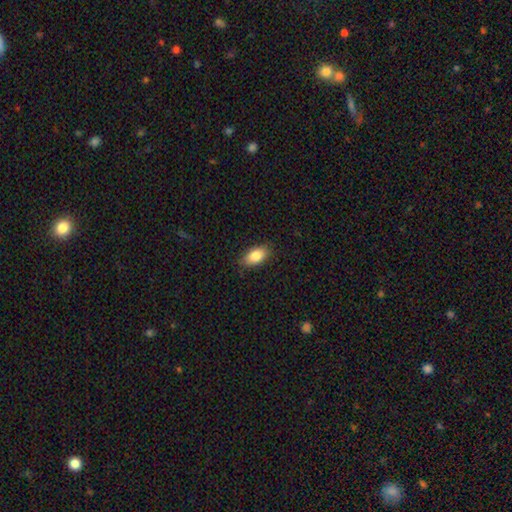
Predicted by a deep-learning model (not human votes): The model was most divided on "smooth or featured": smooth: 83%, featured or disk: 9%, star or artifact: 7%. More confident: how rounded — in between (90%); merging — none (86%).